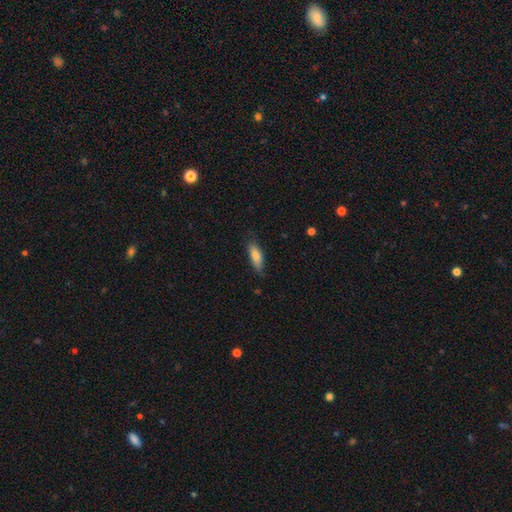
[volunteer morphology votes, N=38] Overall: smooth (76%). How rounded: in between (55%; cigar-shaped 45%). Merging: none (69%).